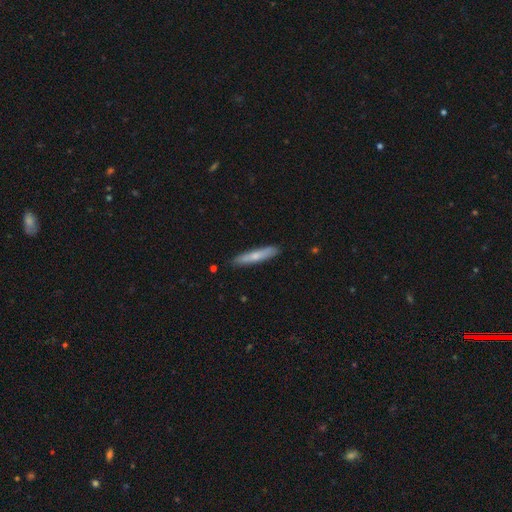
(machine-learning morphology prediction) Smooth or featured: smooth — 63% (featured or disk — 31%)
How rounded: cigar-shaped — 92% (in between — 7%)
Merging: none — 88% (minor disturbance — 9%)